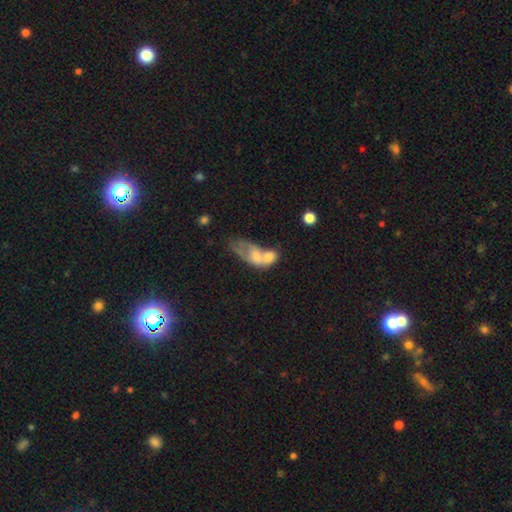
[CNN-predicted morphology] type=smooth (56%); roundness=in between (83%); merging=merger (68%).